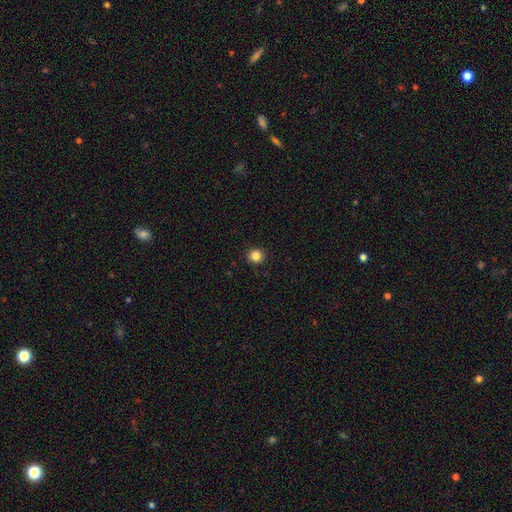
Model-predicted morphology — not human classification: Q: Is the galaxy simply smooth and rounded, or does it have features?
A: smooth — 85%.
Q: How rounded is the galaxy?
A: round — 94%.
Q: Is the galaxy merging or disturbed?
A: none — 92%.